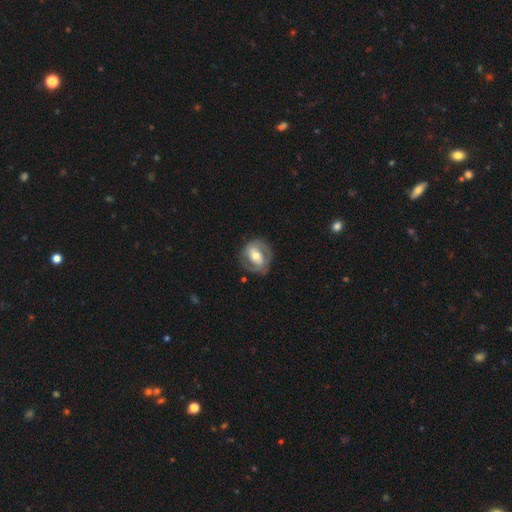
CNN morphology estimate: This appears to be a featured or disk galaxy (69%) with no bar (37%), spiral arms (74%) and a moderate central bulge (68%). Merging: none (71%).